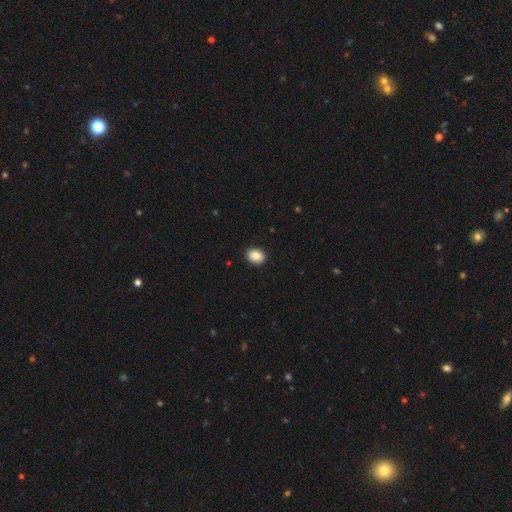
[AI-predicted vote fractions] smooth-or-featured: smooth: 89% | star or artifact: 8% | featured or disk: 3%
  how-rounded: in between: 64% | round: 35% | cigar-shaped: 1%
  merging: none: 90% | minor disturbance: 7% | major disturbance: 2% | merger: 1%